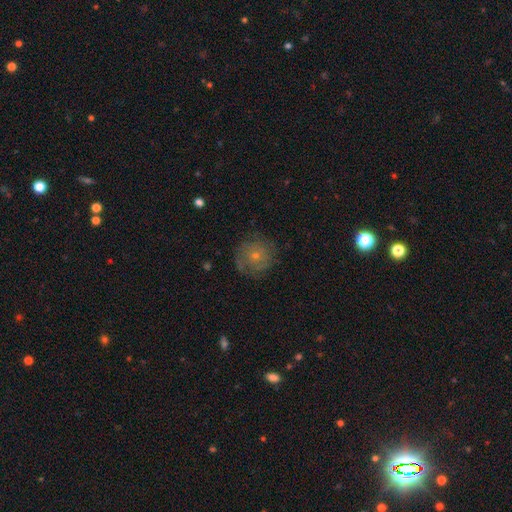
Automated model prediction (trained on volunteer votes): Overall: smooth (53%; featured or disk 36%). How rounded: round (91%). Merging: none (75%).